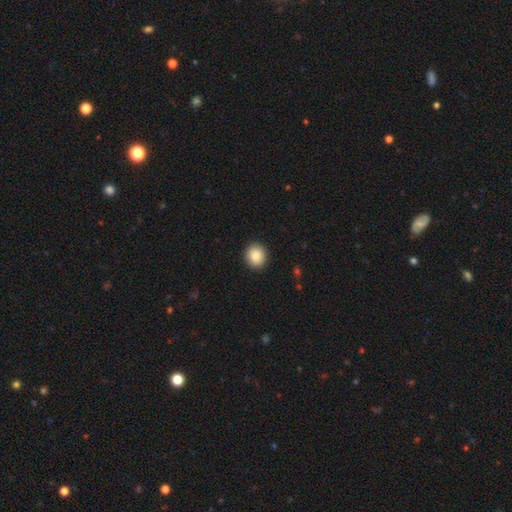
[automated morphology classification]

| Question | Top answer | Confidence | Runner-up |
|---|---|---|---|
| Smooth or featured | smooth | 88% | star or artifact (8%) |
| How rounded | round | 81% | in between (18%) |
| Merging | none | 92% | minor disturbance (5%) |